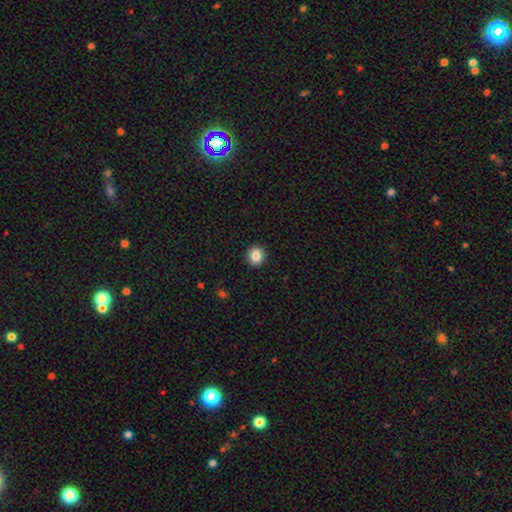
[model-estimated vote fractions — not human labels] Smooth or featured?
  - smooth: 84% *
  - star or artifact: 10%
  - featured or disk: 6%
How rounded?
  - round: 92% *
  - in between: 7%
  - cigar-shaped: 1%
Merging?
  - none: 93% *
  - minor disturbance: 5%
  - major disturbance: 1%
  - merger: 1%